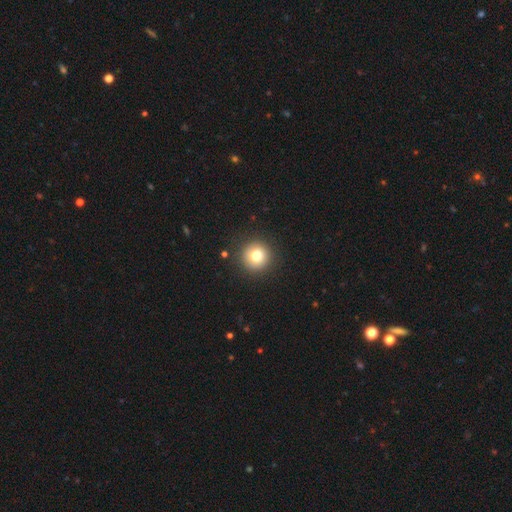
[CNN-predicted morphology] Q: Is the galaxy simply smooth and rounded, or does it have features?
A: smooth — 77%.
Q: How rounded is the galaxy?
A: round — 95%.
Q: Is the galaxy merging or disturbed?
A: none — 91%.